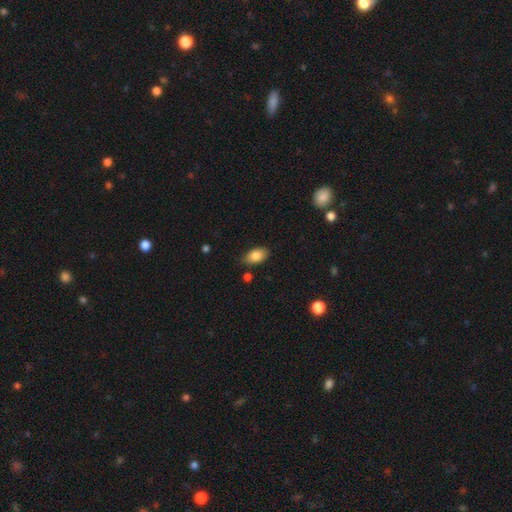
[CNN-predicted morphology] smooth-or-featured: smooth: 83% | featured or disk: 9% | star or artifact: 7%
  how-rounded: in between: 91% | round: 7% | cigar-shaped: 2%
  merging: none: 78% | minor disturbance: 16% | major disturbance: 3% | merger: 2%